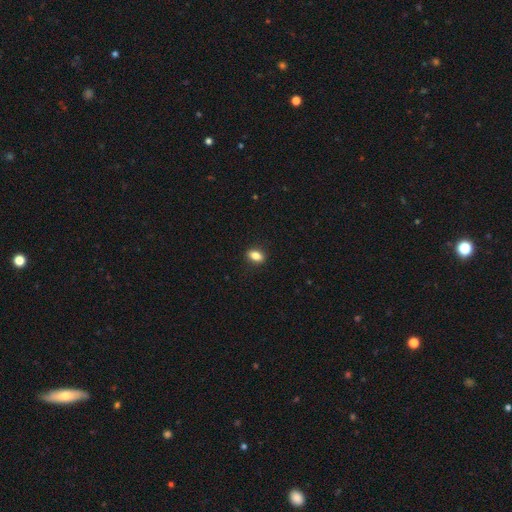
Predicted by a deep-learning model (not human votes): Smooth or featured? smooth (83%)
How rounded? in between (82%)
Merging? none (89%)